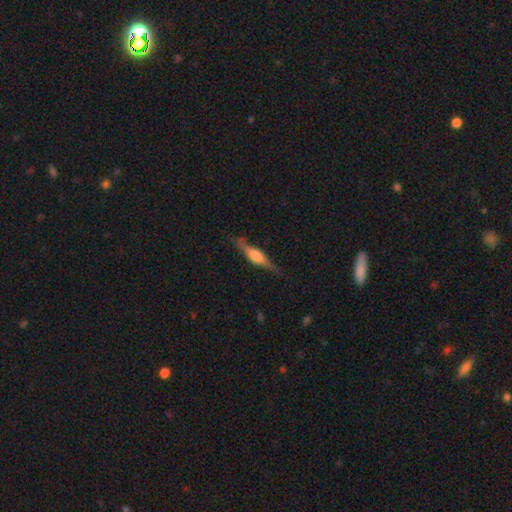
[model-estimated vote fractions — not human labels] Overall: featured or disk (71%). Edge-on disk: yes (96%). Edge-on bulge: rounded (77%). Merging: none (80%).